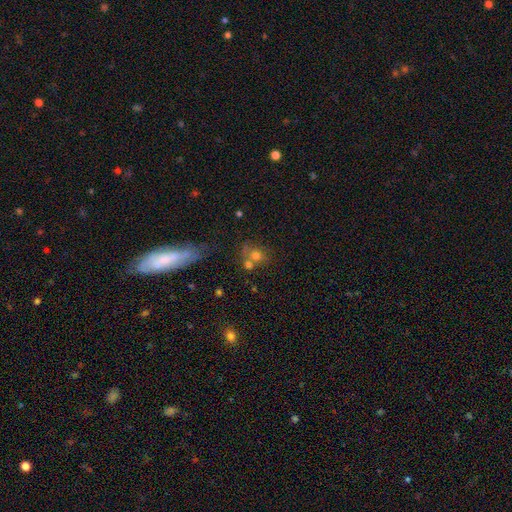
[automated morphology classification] This is likely a smooth galaxy (66%). How rounded: likely round (71%). Merging: marginally merger (41%).